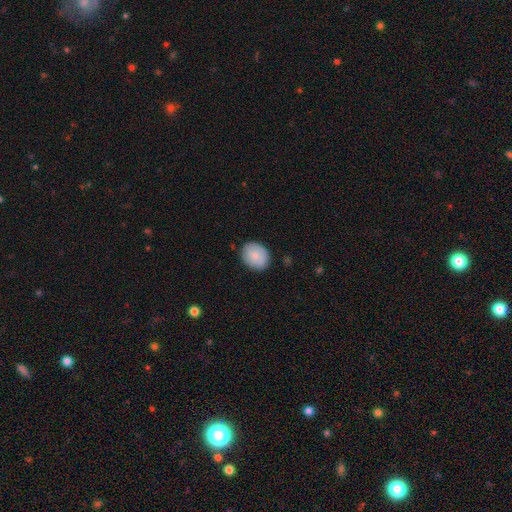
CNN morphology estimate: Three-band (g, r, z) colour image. It shows a smooth galaxy with no disk features (82%) that is round (50%). Merging: none (84%).